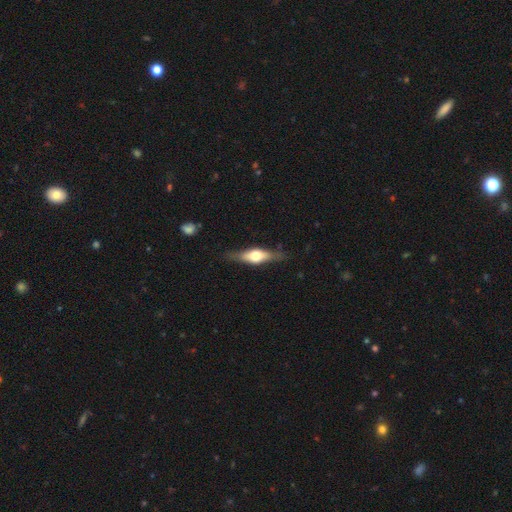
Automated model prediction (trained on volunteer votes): smooth-or-featured: featured or disk: 60% | smooth: 35% | star or artifact: 6%
  disk-edge-on: yes: 92% | no: 8%
    edge-on-bulge: rounded: 91% | boxy: 8% | none: 2%
  merging: none: 80% | minor disturbance: 15% | major disturbance: 4% | merger: 1%